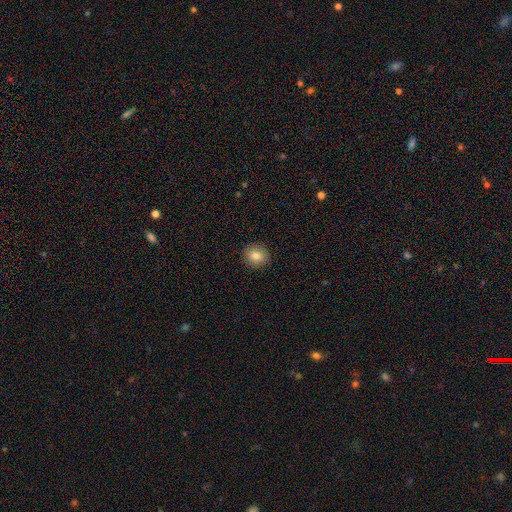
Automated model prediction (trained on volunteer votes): Smooth or featured? smooth (82%)
How rounded? round (83%)
Merging? none (91%)